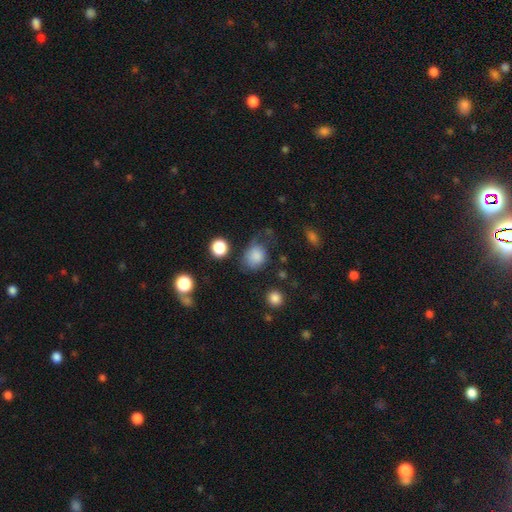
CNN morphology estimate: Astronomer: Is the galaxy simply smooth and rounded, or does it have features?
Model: smooth — 81%.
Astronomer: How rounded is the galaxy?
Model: round — 53% (runner-up: in between, 45%).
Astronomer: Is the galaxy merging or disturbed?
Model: none — 46% (runner-up: minor disturbance, 29%).